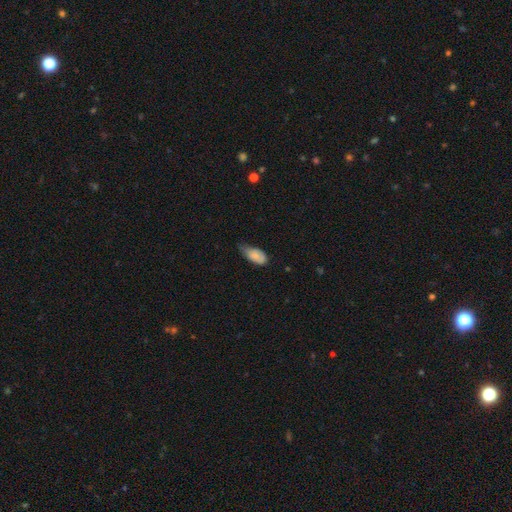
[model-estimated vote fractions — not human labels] smooth 80%, featured or disk 13%, star or artifact 7%. Down the decision tree: how rounded — in between (92%); merging — minor disturbance (52%).